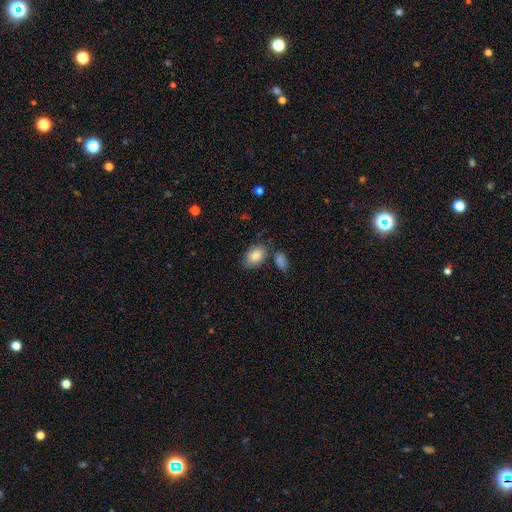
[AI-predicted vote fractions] Smooth or featured? smooth (86%)
How rounded? in between (88%)
Merging? none (69%)